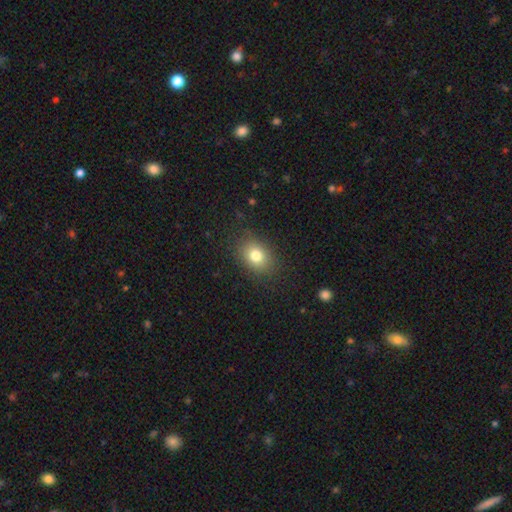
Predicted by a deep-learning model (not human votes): Smooth or featured? smooth (79%)
How rounded? in between (62%)
Merging? none (85%)